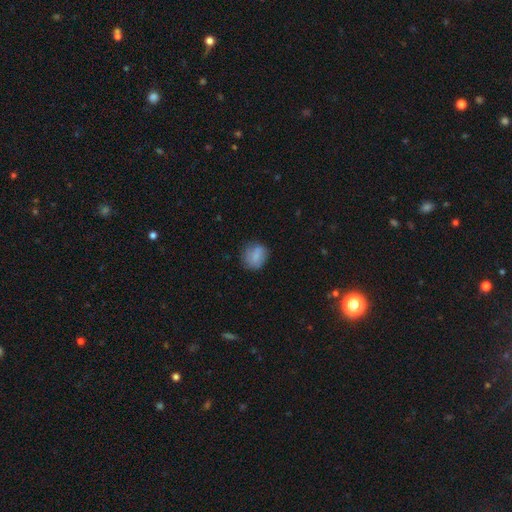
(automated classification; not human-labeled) Overall: smooth (76%). How rounded: round (69%; in between 30%). Merging: none (73%).